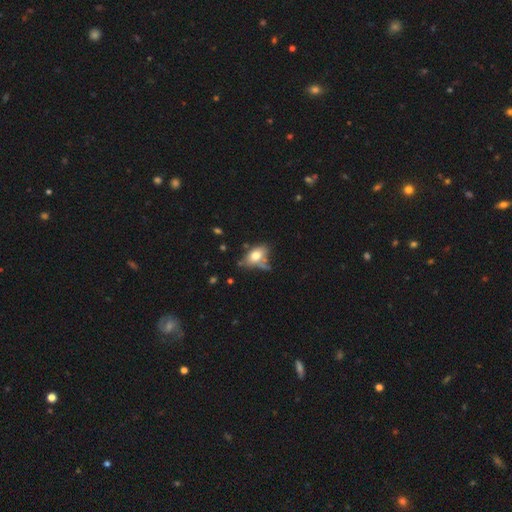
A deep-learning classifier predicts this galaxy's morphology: This appears to be a smooth galaxy with no disk features (72%) that is in between round and cigar-shaped (83%). Merging: none (44%).